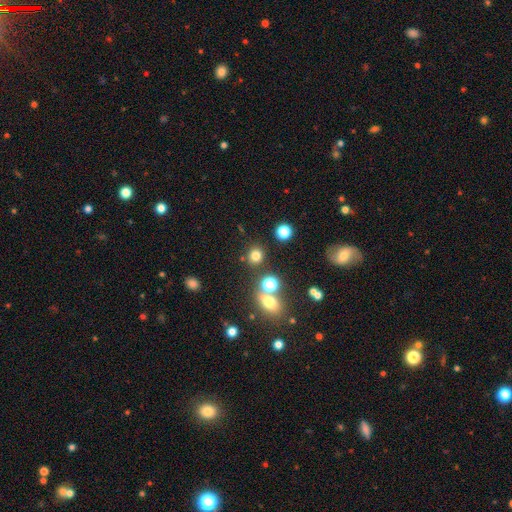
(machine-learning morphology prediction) Smooth or featured? smooth (76%)
How rounded? round (85%)
Merging? none (80%)